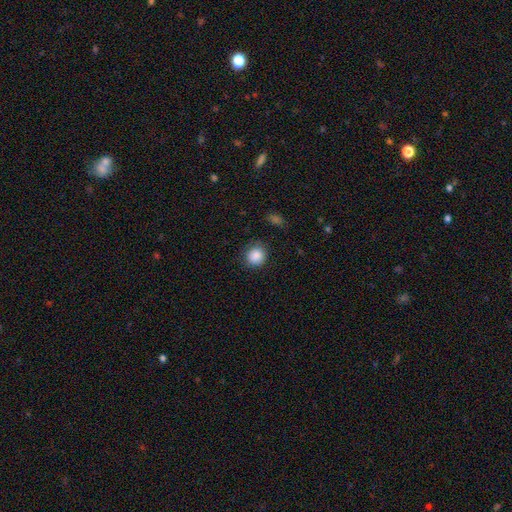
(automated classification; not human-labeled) Smooth or featured: smooth — 88% (star or artifact — 9%)
How rounded: round — 90% (in between — 9%)
Merging: none — 83% (minor disturbance — 12%)